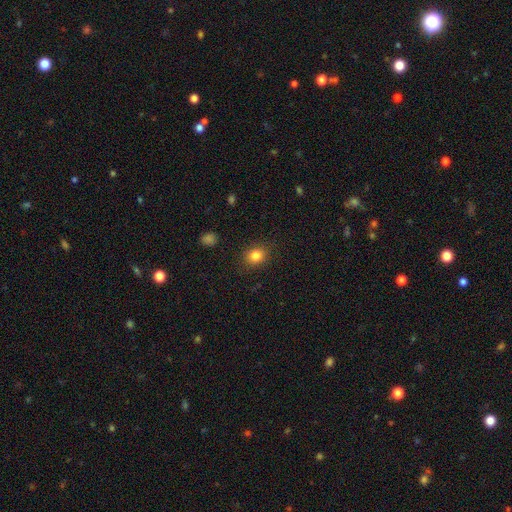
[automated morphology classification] type=smooth (84%); roundness=round (63%); merging=none (87%).